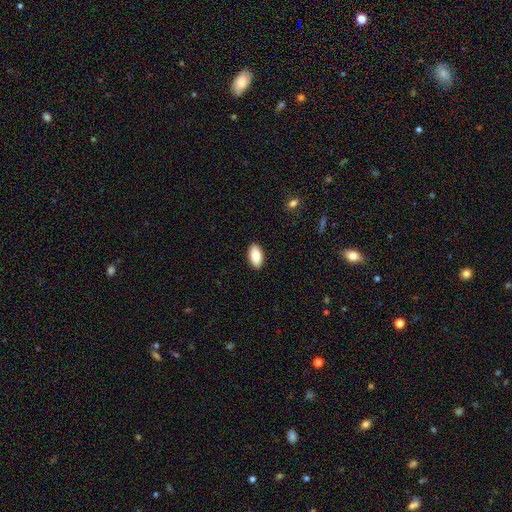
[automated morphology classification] smooth_or_featured: smooth (p=0.83) [alt: featured or disk p=0.10]
how_rounded: in between (p=0.94) [alt: round p=0.03]
merging: none (p=0.90) [alt: minor disturbance p=0.07]